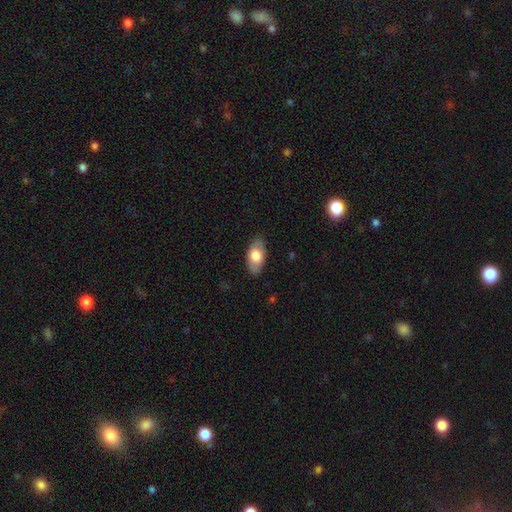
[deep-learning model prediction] The model was most divided on "smooth or featured": smooth: 74%, featured or disk: 20%, star or artifact: 6%. More confident: how rounded — in between (93%); merging — none (84%).